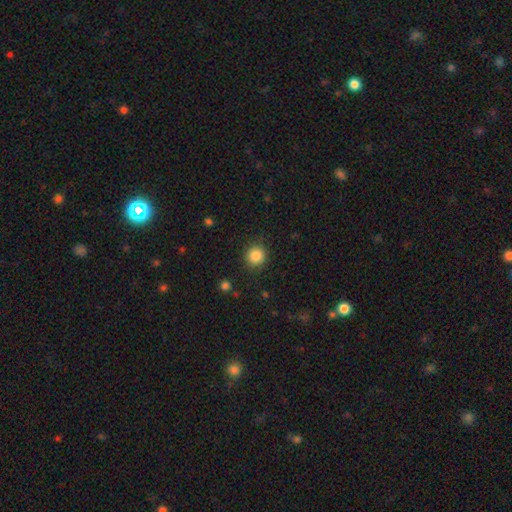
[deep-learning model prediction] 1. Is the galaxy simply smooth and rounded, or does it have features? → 86% smooth, 11% star or artifact, 4% featured or disk.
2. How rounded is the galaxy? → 92% round, 7% in between, 1% cigar-shaped.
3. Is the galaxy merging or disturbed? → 89% none, 7% minor disturbance, 3% major disturbance, 1% merger.